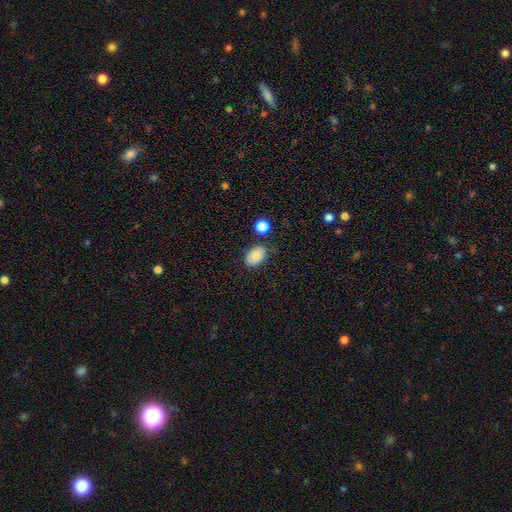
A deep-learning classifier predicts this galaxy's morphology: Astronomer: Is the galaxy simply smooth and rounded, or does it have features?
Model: smooth — 80%.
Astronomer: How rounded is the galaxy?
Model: in between — 86%.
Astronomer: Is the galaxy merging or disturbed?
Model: none — 76%.